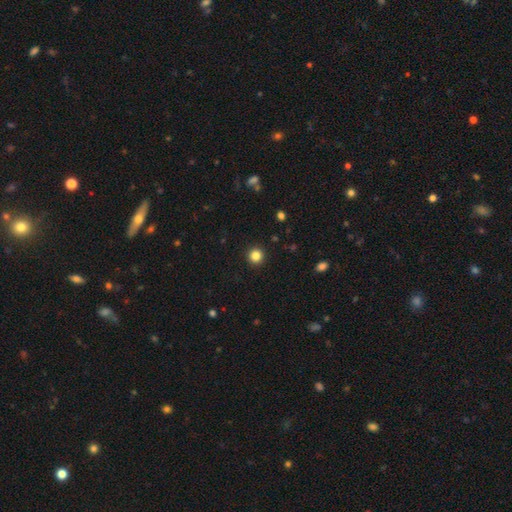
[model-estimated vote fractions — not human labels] This appears to be a smooth galaxy with no disk features (84%) that is round (95%). Merging: none (93%).